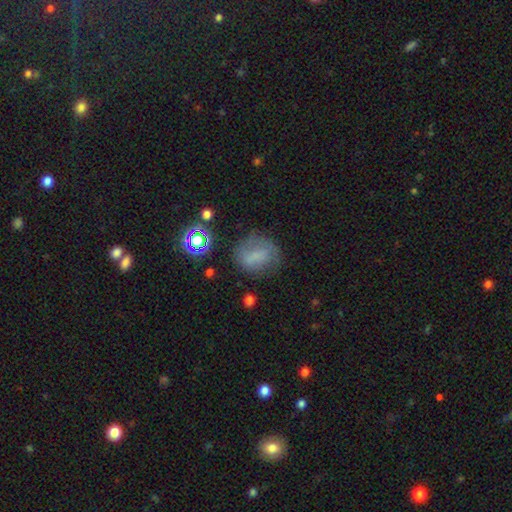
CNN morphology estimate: The model was most divided on "how rounded": round: 57%, in between: 40%, cigar-shaped: 3%. More confident: merging — none (59%); smooth or featured — smooth (59%).